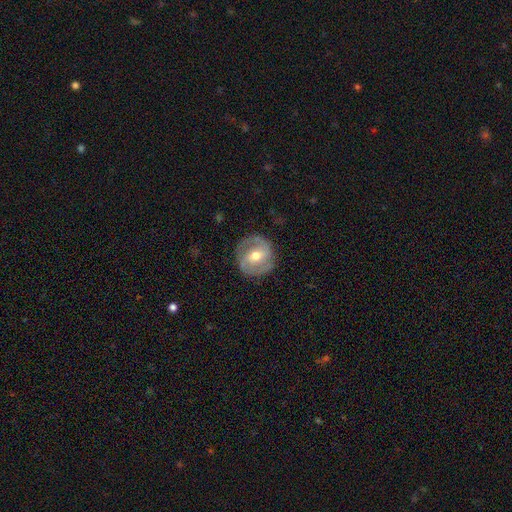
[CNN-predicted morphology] Overall: featured or disk (70%). Edge-on disk: no (96%). Bar: weak (44%; no 30%). Spiral arms: yes (80%). Spiral arm count: 2 (80%). Spiral winding: medium (44%; tight 37%). Bulge size: moderate (73%). Merging: none (81%).